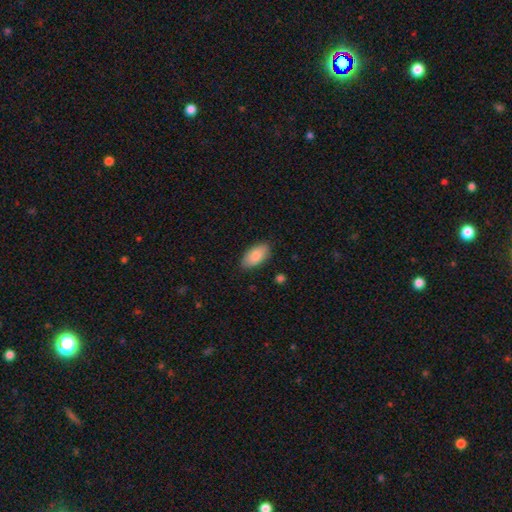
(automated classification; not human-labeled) smooth 86%, featured or disk 8%, star or artifact 6%. Down the decision tree: how rounded — in between (94%); merging — none (85%).